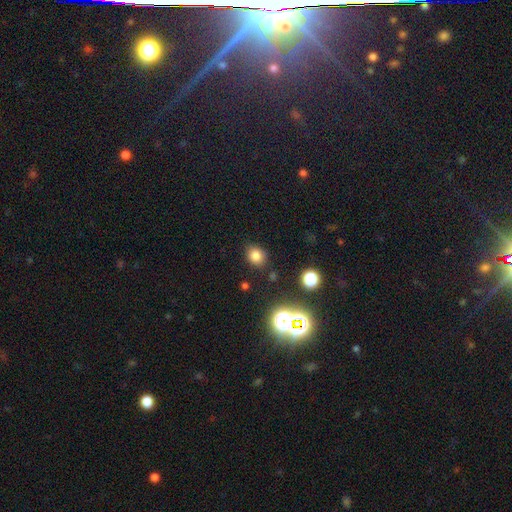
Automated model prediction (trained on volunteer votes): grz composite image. It shows a smooth galaxy with no disk features (78%) that is round (62%). Merging: none (83%).